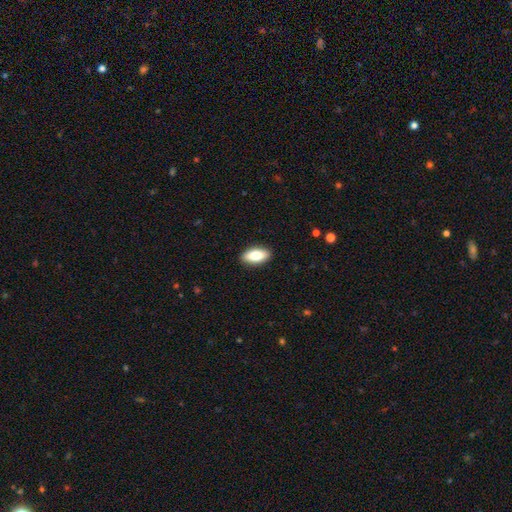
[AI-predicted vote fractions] This appears to be a smooth galaxy with no disk features (81%) that is in between round and cigar-shaped (88%). Merging: none (90%).